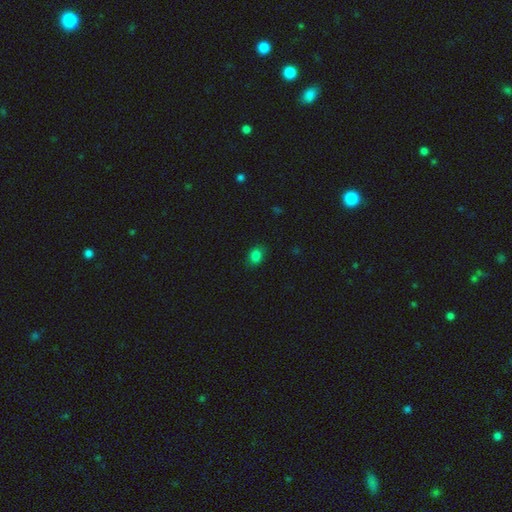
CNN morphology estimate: smooth-or-featured: smooth: 83% | star or artifact: 13% | featured or disk: 4%
  how-rounded: in between: 65% | round: 34% | cigar-shaped: 1%
  merging: none: 82% | minor disturbance: 14% | major disturbance: 3% | merger: 1%